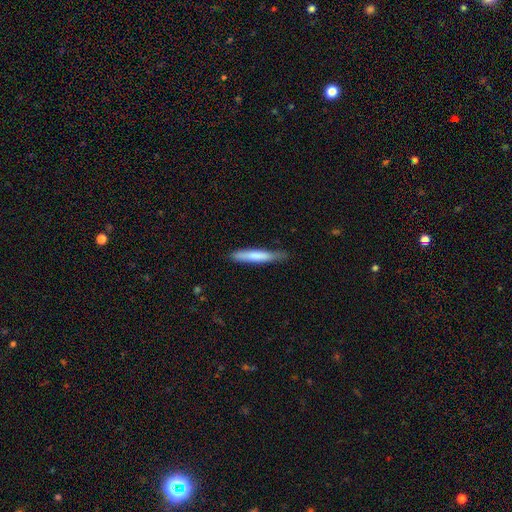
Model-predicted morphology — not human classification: A smooth galaxy with no disk features (74%) that is cigar-shaped (93%). Merging: none (75%).